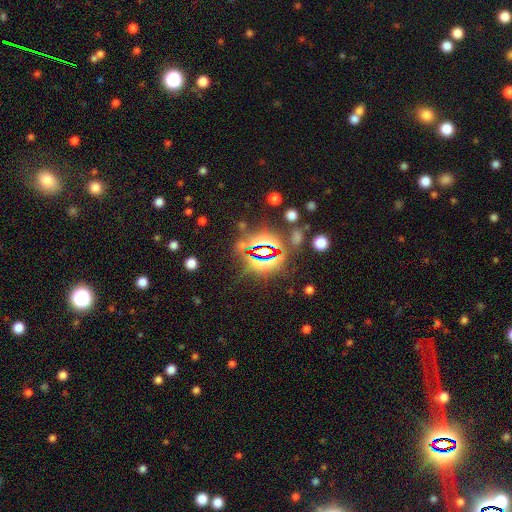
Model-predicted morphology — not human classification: Smooth or featured? Predicted: star or artifact (p=0.82).